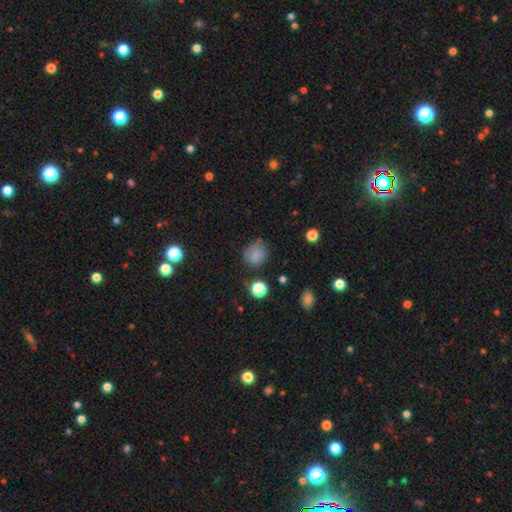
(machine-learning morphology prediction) A smooth galaxy with no disk features (79%) that is round (78%). Merging: none (71%).